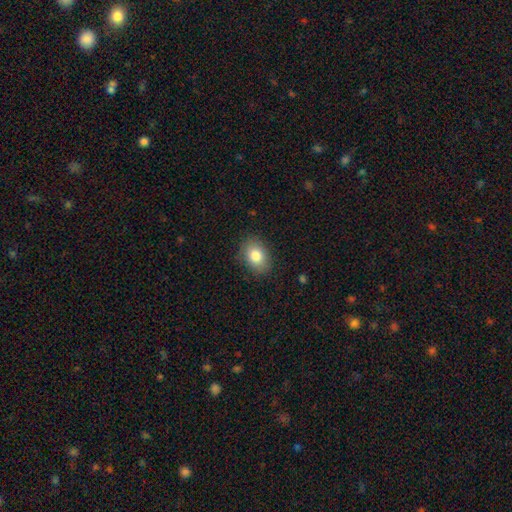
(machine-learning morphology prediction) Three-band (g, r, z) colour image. It shows a smooth galaxy with no disk features (83%) that is in between round and cigar-shaped (75%). Merging: none (85%).